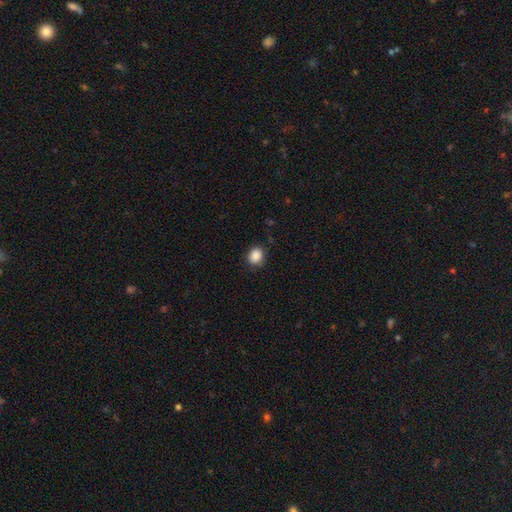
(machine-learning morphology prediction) Smooth or featured: smooth — 88% (star or artifact — 9%)
How rounded: round — 72% (in between — 27%)
Merging: none — 85% (minor disturbance — 11%)